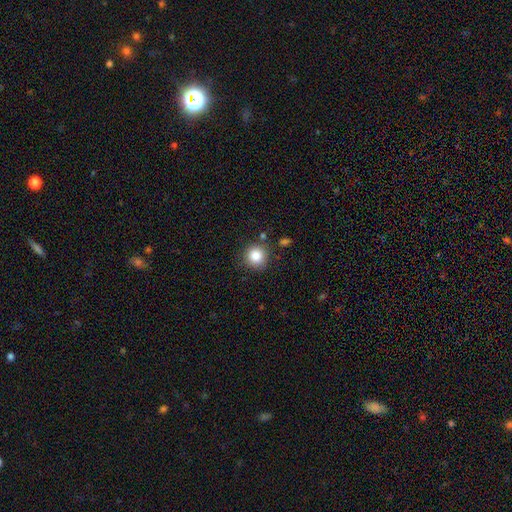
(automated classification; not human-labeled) Smooth or featured: smooth — 85% (star or artifact — 10%)
How rounded: round — 92% (in between — 7%)
Merging: none — 83% (minor disturbance — 10%)